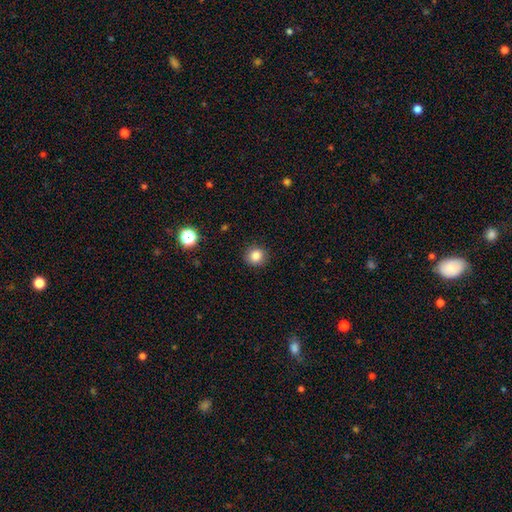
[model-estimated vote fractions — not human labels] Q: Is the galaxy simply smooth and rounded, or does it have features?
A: smooth — 83%.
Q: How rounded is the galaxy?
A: round — 90%.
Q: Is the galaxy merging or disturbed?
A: none — 90%.